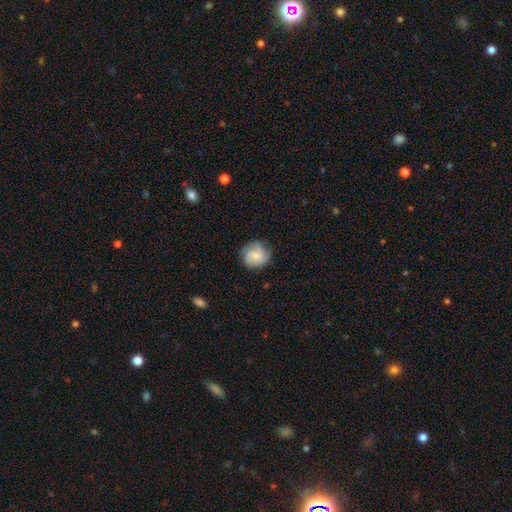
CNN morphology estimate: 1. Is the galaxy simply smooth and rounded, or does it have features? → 69% smooth, 23% featured or disk, 7% star or artifact.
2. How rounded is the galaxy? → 87% round, 12% in between, 1% cigar-shaped.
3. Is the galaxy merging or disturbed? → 78% none, 17% minor disturbance, 5% major disturbance, 1% merger.